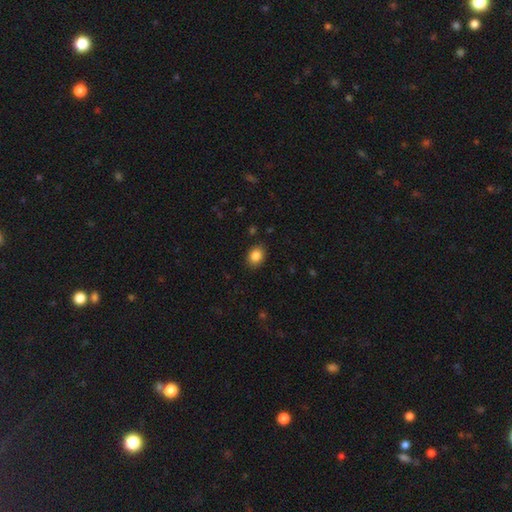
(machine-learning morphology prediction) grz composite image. It shows a smooth galaxy with no disk features (85%) that is in between round and cigar-shaped (53%). Merging: none (88%).